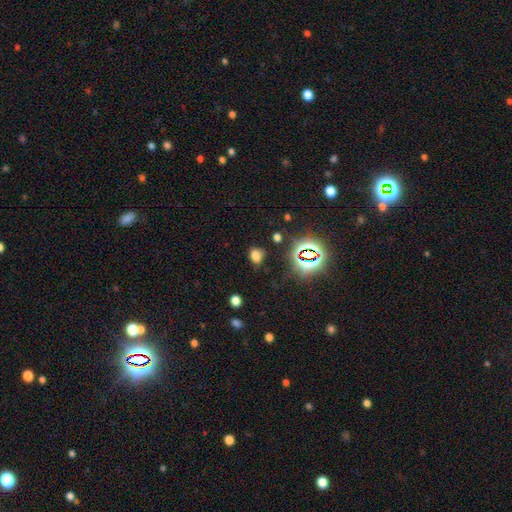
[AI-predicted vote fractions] This is likely a smooth galaxy (64%). How rounded: likely in between (68%). Merging: likely none (72%).